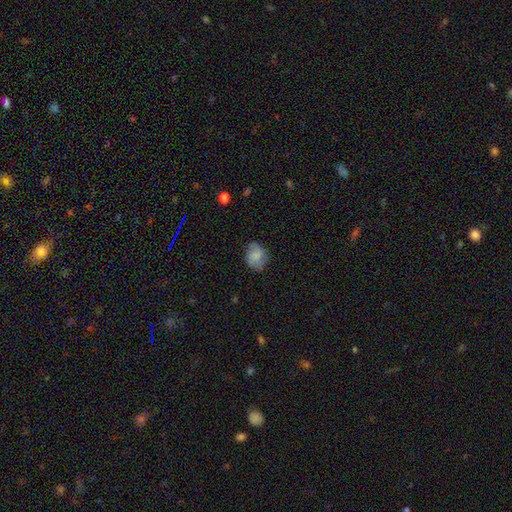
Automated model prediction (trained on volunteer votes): Q: Smooth or featured?
A: smooth (57%); runner-up: featured or disk (34%)
Q: How rounded?
A: round (56%); runner-up: in between (43%)
Q: Merging?
A: none (65%); runner-up: minor disturbance (25%)